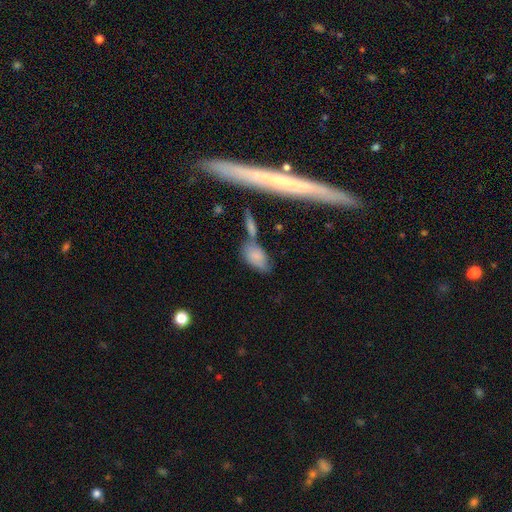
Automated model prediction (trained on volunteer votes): Morphology: type=smooth (69%); roundness=in between (87%); merging=none (39%).